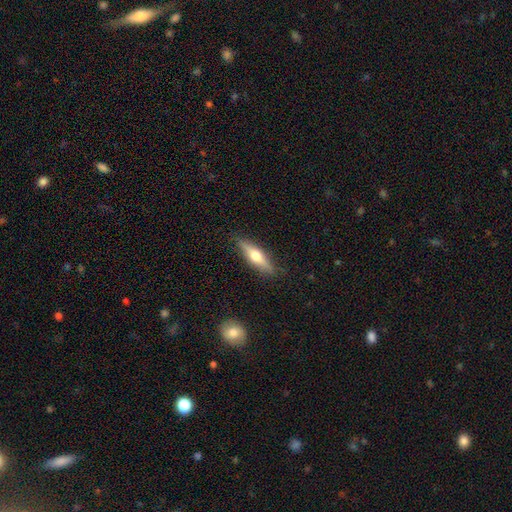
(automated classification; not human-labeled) Smooth or featured? featured or disk (50%)
Edge-on disk? yes (92%)
Merging? none (87%)